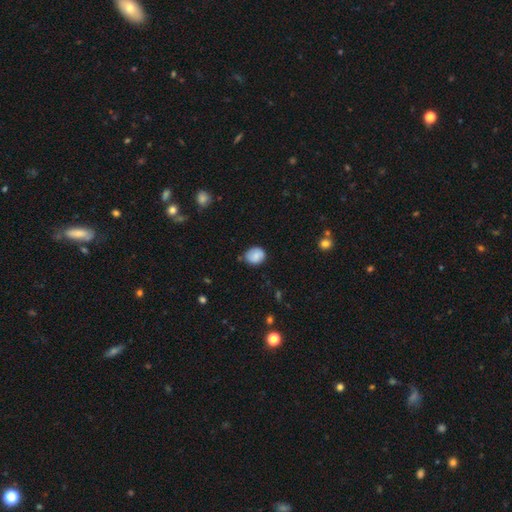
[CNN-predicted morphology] This appears to be a smooth galaxy with no disk features (81%) that is round (61%). Merging: none (70%).